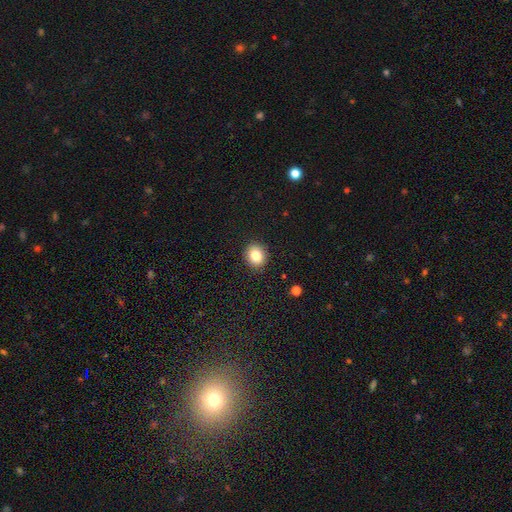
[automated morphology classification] Overall: smooth (83%). How rounded: round (66%; in between 33%). Merging: none (90%).